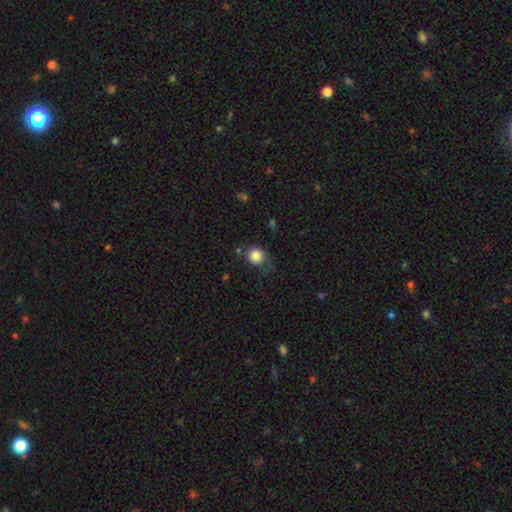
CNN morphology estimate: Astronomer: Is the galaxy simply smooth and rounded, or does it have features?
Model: smooth — 83%.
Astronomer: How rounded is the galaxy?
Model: round — 84%.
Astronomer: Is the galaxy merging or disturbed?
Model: none — 62%.